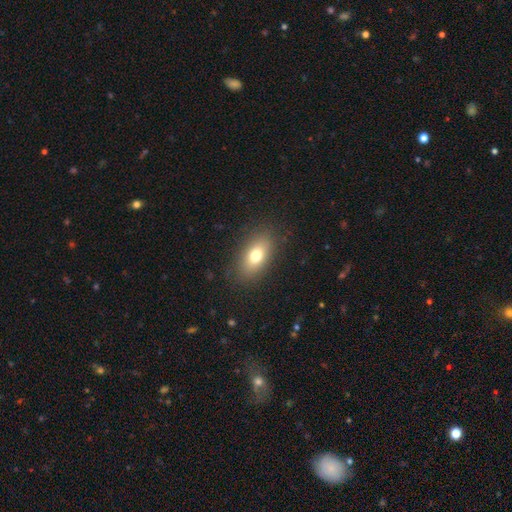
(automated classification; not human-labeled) Smooth or featured?
  - smooth: 74% *
  - featured or disk: 16%
  - star or artifact: 10%
How rounded?
  - in between: 84% *
  - round: 9%
  - cigar-shaped: 7%
Merging?
  - none: 86% *
  - minor disturbance: 10%
  - major disturbance: 4%
  - merger: 1%